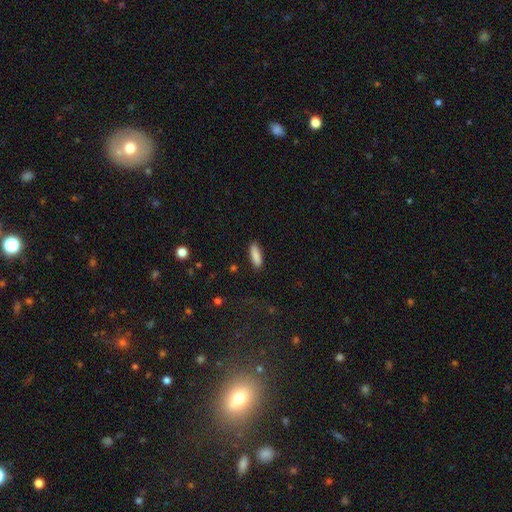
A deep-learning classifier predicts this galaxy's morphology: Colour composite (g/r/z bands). It shows a smooth galaxy with no disk features (87%) that is in between round and cigar-shaped (54%). Merging: none (87%).